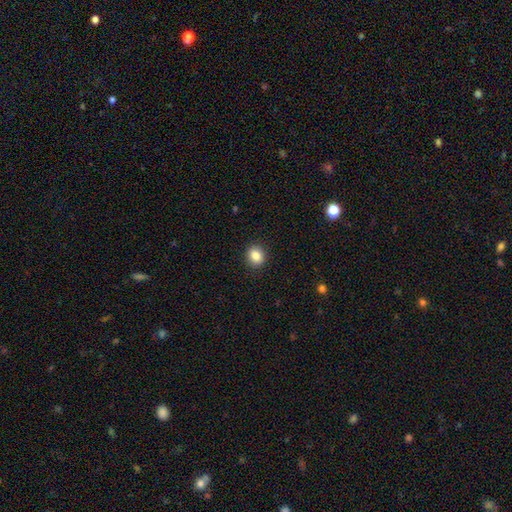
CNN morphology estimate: A smooth galaxy with no disk features (85%) that is round (72%). Merging: none (91%).